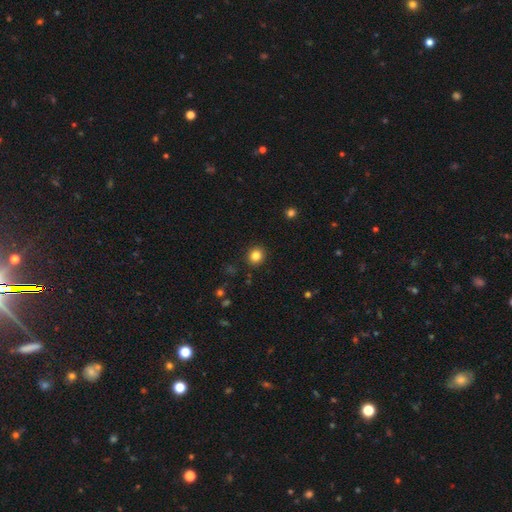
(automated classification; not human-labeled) Smooth or featured: smooth — 84% (star or artifact — 11%)
How rounded: round — 82% (in between — 17%)
Merging: none — 90% (minor disturbance — 7%)